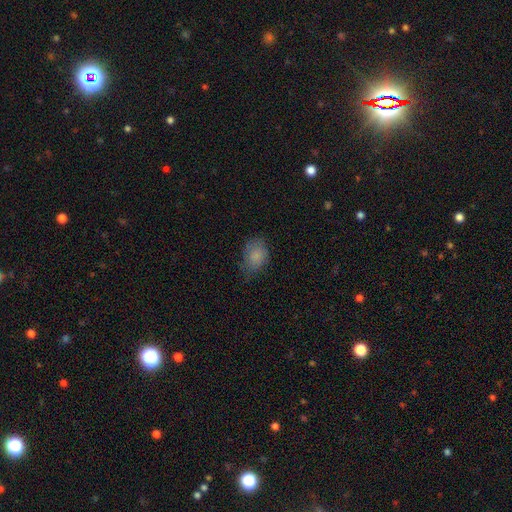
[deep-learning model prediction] smooth_or_featured: smooth (p=0.81) [alt: featured or disk p=0.10]
how_rounded: in between (p=0.76) [alt: round p=0.23]
merging: none (p=0.59) [alt: minor disturbance p=0.29]